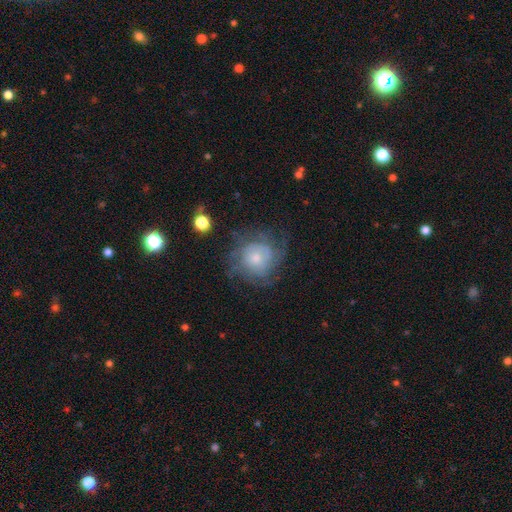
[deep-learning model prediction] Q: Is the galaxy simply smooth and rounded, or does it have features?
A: featured or disk — 63%.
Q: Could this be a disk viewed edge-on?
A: no — 97%.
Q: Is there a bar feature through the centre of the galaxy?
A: no — 81%.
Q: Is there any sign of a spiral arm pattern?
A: yes — 80%.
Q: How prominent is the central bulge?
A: small — 46%.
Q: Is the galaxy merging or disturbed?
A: none — 67%.